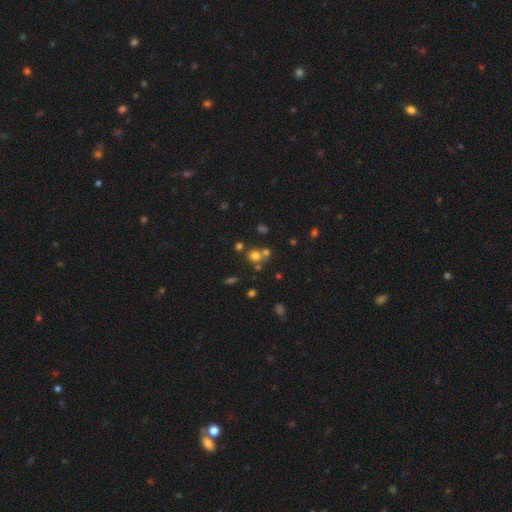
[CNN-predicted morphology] Smooth or featured: smooth — 66% (star or artifact — 22%)
How rounded: round — 84% (in between — 15%)
Merging: none — 58% (merger — 30%)